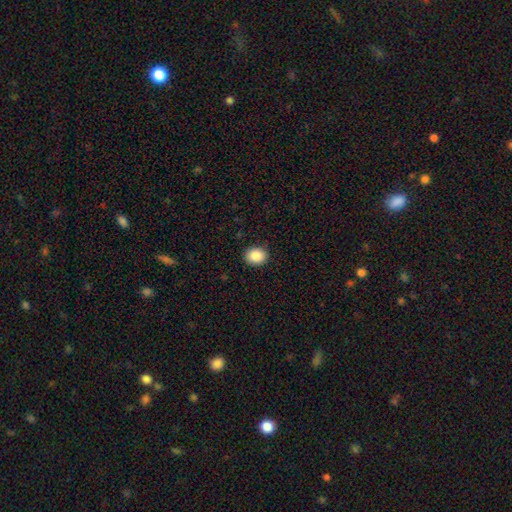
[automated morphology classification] smooth_or_featured: smooth (p=0.87) [alt: star or artifact p=0.08]
how_rounded: round (p=0.52) [alt: in between p=0.47]
merging: none (p=0.90) [alt: minor disturbance p=0.07]